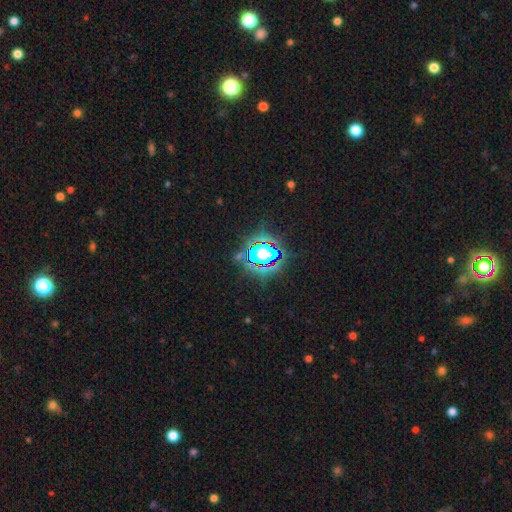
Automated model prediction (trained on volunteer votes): Morphology: type=star or artifact (80%).